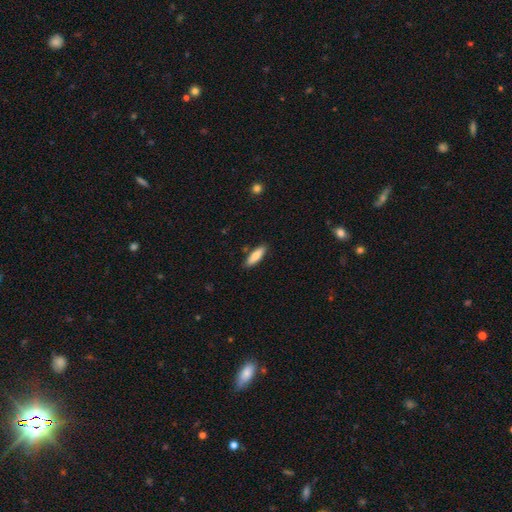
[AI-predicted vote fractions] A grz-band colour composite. It shows a smooth galaxy with no disk features (79%) that is cigar-shaped (49%, tied with in between). Merging: none (86%).